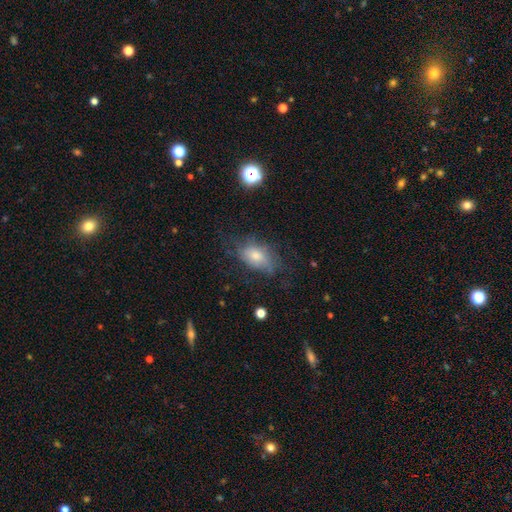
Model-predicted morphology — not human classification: A smooth galaxy with no disk features (64%) that is in between round and cigar-shaped (88%). Merging: none (49%).